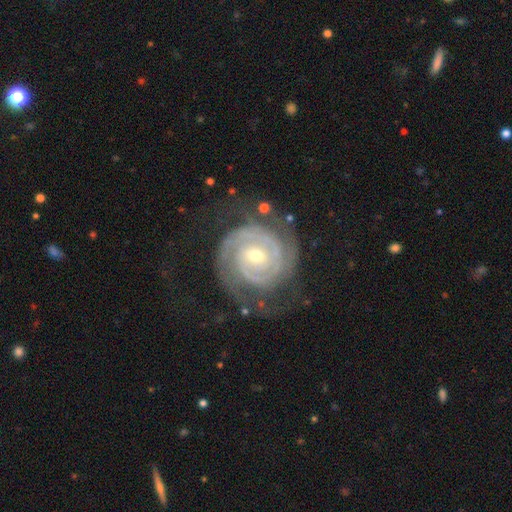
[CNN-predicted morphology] This appears to be a featured or disk galaxy (91%) with no bar (55%), 2 (58%) tight (81%) spiral arms (98%) and a small central bulge (53%). Merging: none (70%).